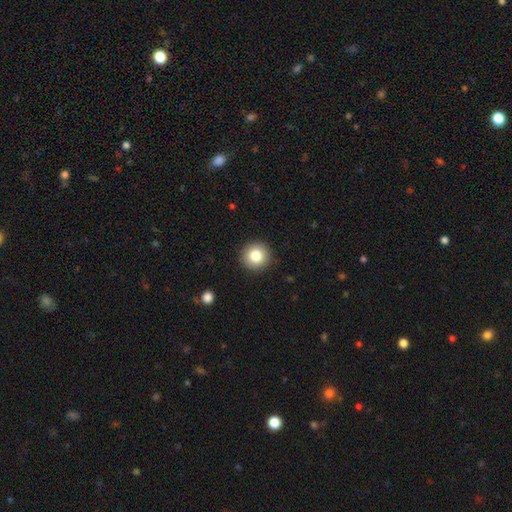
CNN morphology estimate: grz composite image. It shows a smooth galaxy with no disk features (82%) that is round (95%). Merging: none (92%).